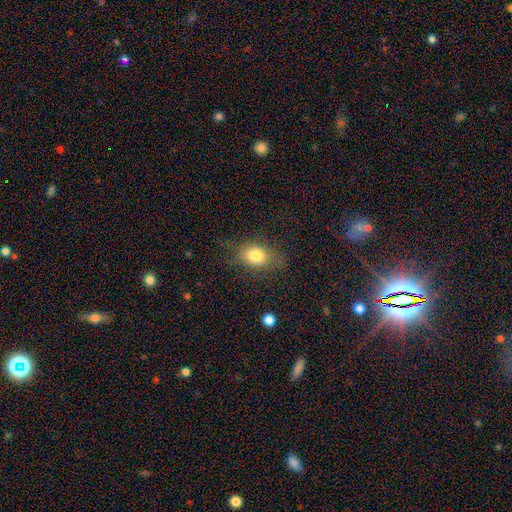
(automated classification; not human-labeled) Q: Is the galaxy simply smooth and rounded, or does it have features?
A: smooth — 80%.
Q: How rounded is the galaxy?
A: in between — 76%.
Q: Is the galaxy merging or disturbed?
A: none — 70%.